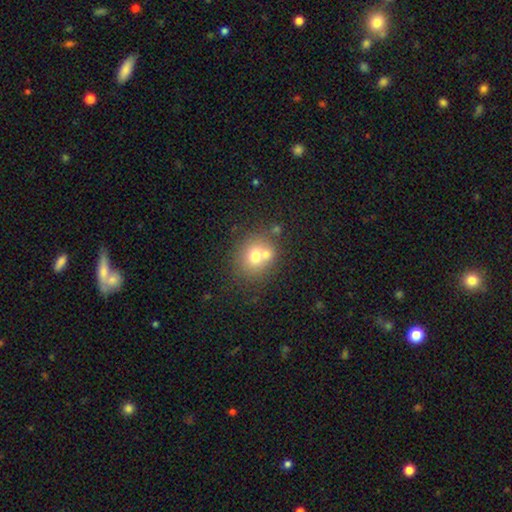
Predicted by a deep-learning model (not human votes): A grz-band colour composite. It shows a smooth galaxy with no disk features (68%) that is round (74%). Merging: none (49%).